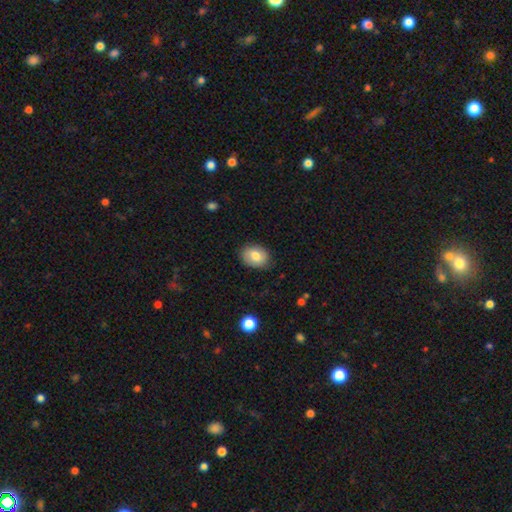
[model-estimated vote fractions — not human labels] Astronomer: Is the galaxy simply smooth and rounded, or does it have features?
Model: smooth — 79%.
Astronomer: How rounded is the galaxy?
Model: in between — 68%.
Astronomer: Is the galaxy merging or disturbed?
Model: none — 84%.